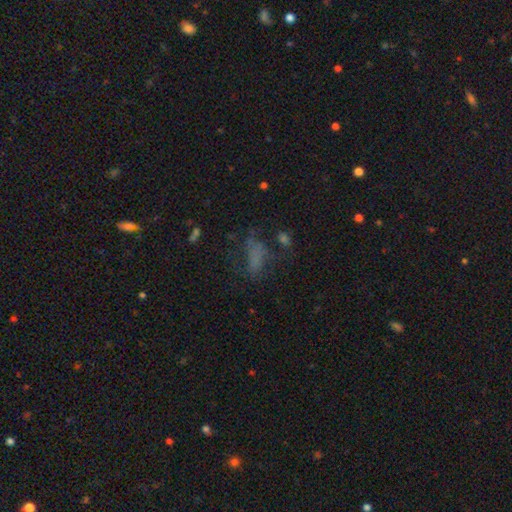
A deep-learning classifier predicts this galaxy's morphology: Smooth or featured? smooth (49%)
Merging? none (38%)